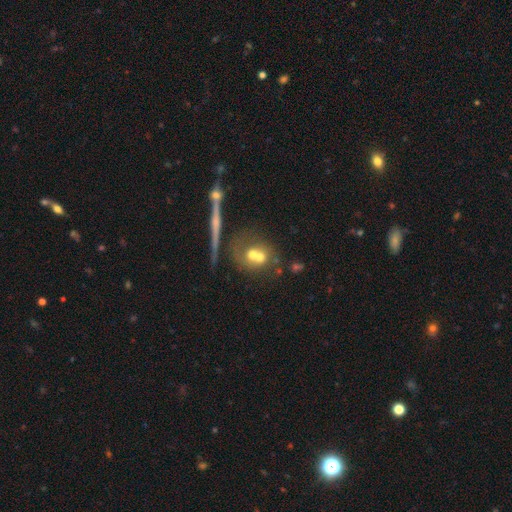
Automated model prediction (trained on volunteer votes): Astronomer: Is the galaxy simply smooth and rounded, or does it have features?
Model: smooth — 53% (runner-up: featured or disk, 33%).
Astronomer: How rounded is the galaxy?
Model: round — 74%.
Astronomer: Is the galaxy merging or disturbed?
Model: merger — 57%.